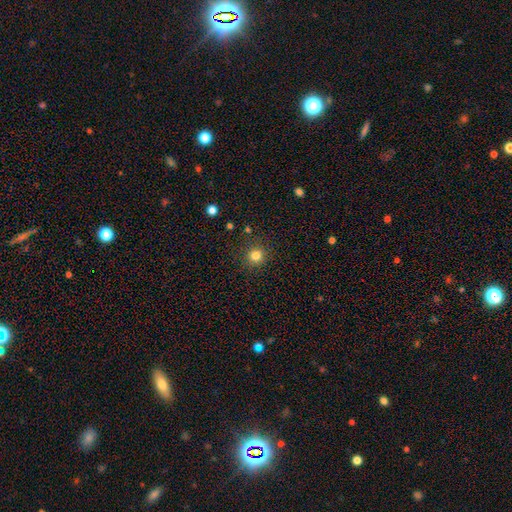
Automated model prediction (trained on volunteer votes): This appears to be a smooth galaxy with no disk features (81%) that is round (92%). Merging: none (88%).